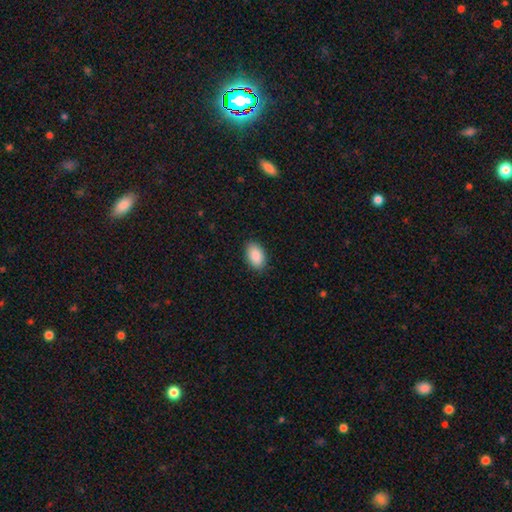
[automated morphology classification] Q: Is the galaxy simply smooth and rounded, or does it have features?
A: smooth — 90%.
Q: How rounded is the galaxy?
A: in between — 93%.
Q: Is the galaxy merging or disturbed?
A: none — 88%.